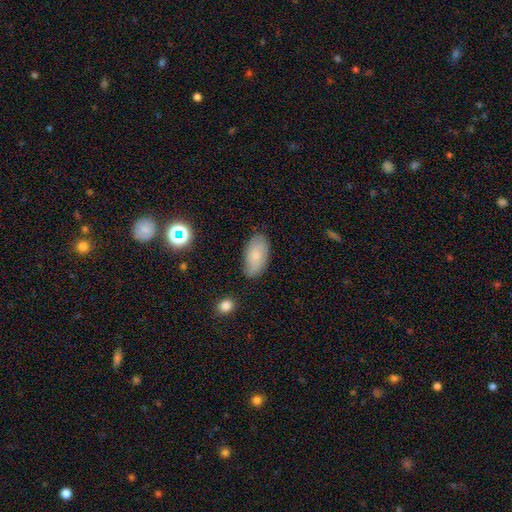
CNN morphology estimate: Smooth or featured? Predicted: smooth (p=0.76). How rounded? Predicted: in between (p=0.94). Merging? Predicted: none (p=0.77).